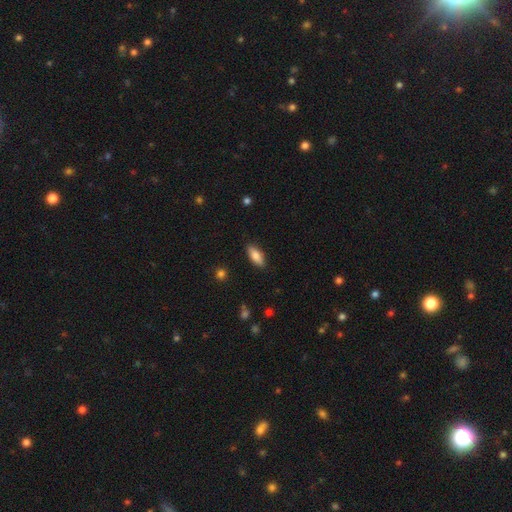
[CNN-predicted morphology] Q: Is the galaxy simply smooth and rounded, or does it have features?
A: smooth — 81%.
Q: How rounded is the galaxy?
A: in between — 77%.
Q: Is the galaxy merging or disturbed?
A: none — 88%.